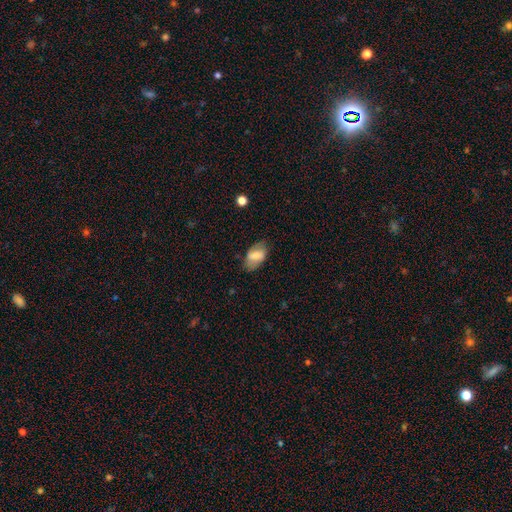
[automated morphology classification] Smooth or featured? Predicted: smooth (p=0.64). How rounded? Predicted: in between (p=0.91). Merging? Predicted: none (p=0.73).